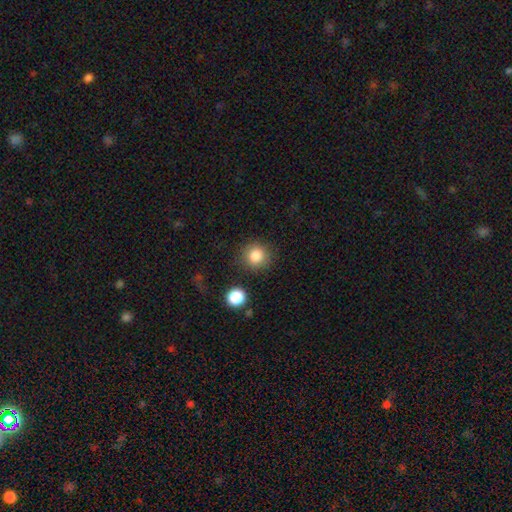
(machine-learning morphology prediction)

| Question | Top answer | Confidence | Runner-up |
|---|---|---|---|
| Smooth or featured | smooth | 84% | star or artifact (11%) |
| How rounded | round | 92% | in between (7%) |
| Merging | none | 85% | minor disturbance (8%) |